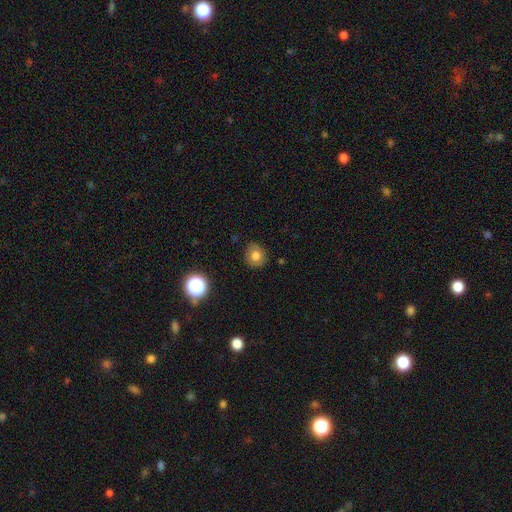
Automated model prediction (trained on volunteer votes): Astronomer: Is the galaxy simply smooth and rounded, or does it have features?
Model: smooth — 78%.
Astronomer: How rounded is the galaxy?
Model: round — 83%.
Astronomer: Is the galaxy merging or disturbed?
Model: none — 85%.